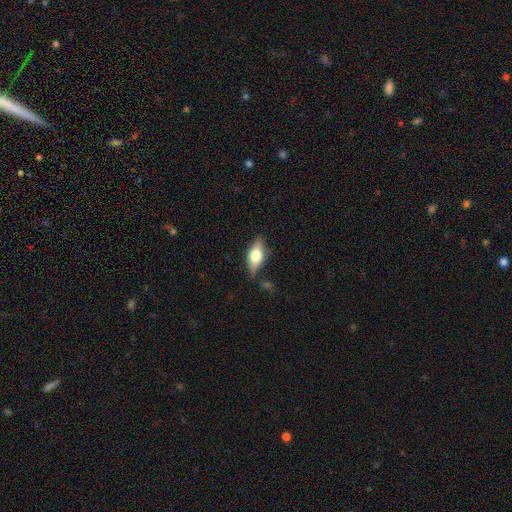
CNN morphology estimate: This appears to be a smooth galaxy with no disk features (56%) that is in between round and cigar-shaped (79%). Merging: none (73%).